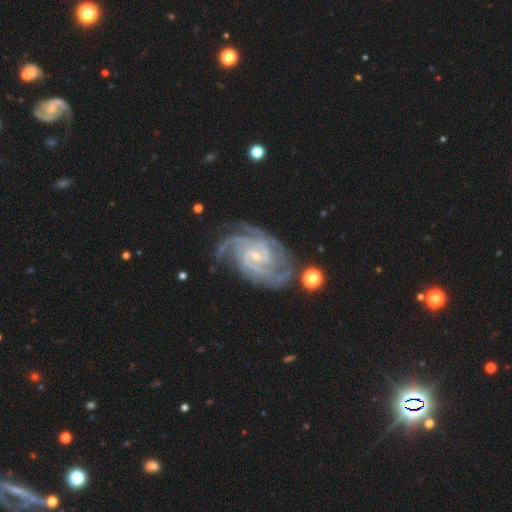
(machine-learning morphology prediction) smooth-or-featured: featured or disk: 93% | star or artifact: 4% | smooth: 3%
  disk-edge-on: no: 98% | yes: 2%
    bar: no: 44% | weak: 40% | strong: 16%
    has-spiral-arms: yes: 99% | no: 1%
      spiral-winding: tight: 67% | medium: 30% | loose: 3%
      spiral-arm-count: 4: 31% | 3: 29% | 2: 14% | can't tell: 11% | more than 4: 9% | 1: 7%
    bulge-size: small: 79% | moderate: 17% | none: 3% | large: 1% | dominant: 1%
  merging: none: 72% | minor disturbance: 18% | major disturbance: 7% | merger: 2%